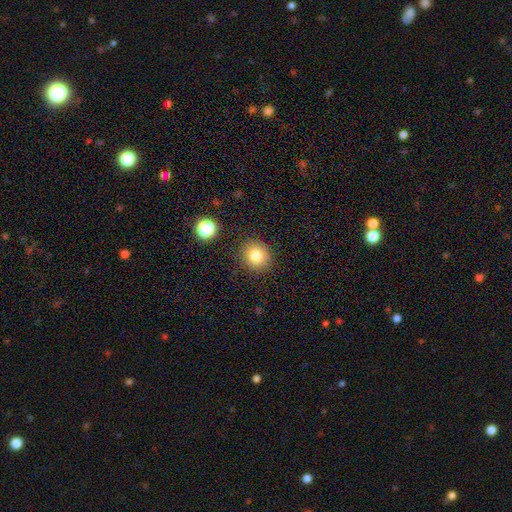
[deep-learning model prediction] smooth_or_featured: smooth (p=0.81) [alt: star or artifact p=0.12]
how_rounded: round (p=0.88) [alt: in between p=0.11]
merging: none (p=0.88) [alt: minor disturbance p=0.07]